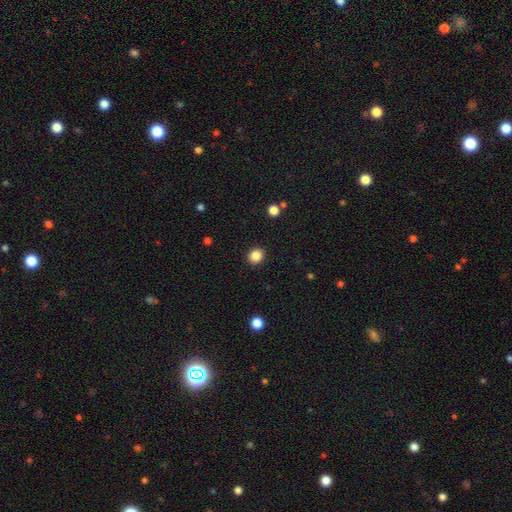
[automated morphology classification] The model was most divided on "how rounded": round: 79%, in between: 20%, cigar-shaped: 1%. More confident: merging — none (91%); smooth or featured — smooth (86%).